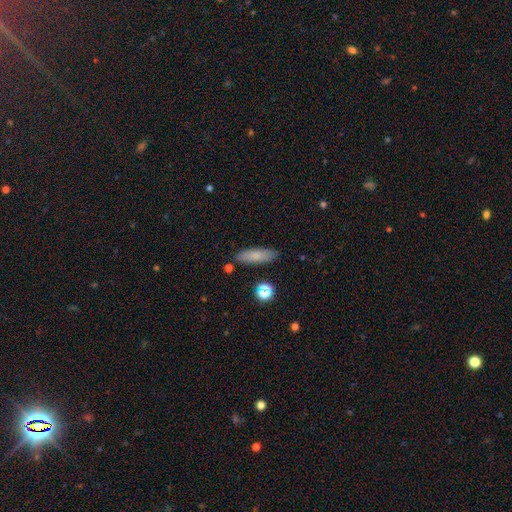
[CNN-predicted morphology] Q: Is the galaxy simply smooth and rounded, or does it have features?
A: smooth — 80%.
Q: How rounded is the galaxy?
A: cigar-shaped — 50%.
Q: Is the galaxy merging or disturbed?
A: none — 85%.